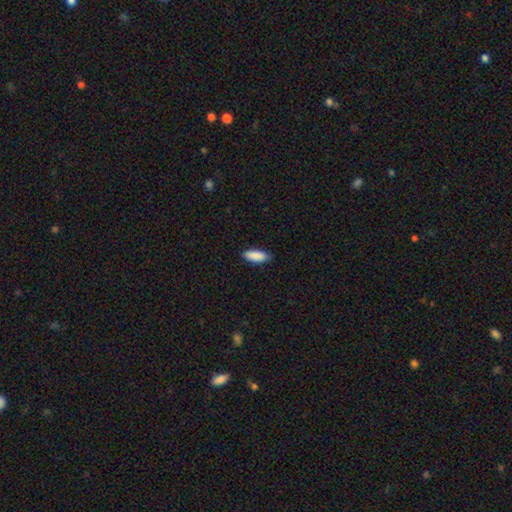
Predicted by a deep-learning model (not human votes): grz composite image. It shows a smooth galaxy with no disk features (90%) that is in between round and cigar-shaped (73%). Merging: none (84%).